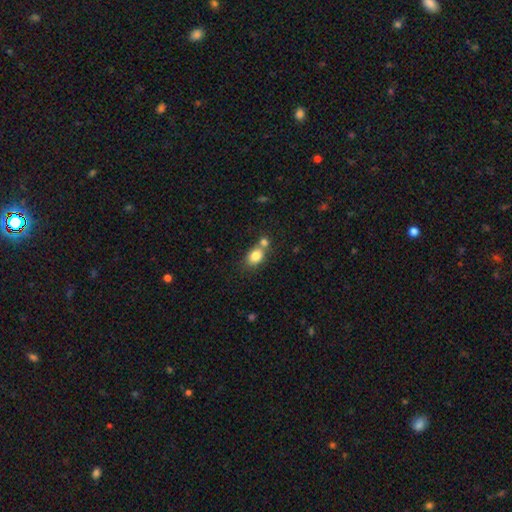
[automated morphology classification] Smooth or featured: smooth — 82% (star or artifact — 9%)
How rounded: in between — 66% (round — 32%)
Merging: none — 47% (merger — 38%)